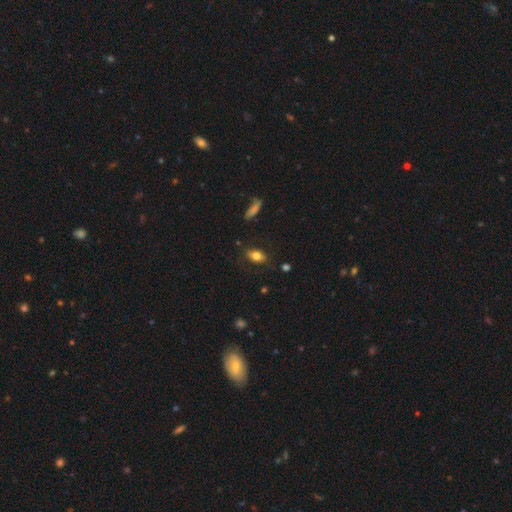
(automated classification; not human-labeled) This is likely a smooth galaxy (79%). How rounded: clearly in between (83%). Merging: likely none (80%).